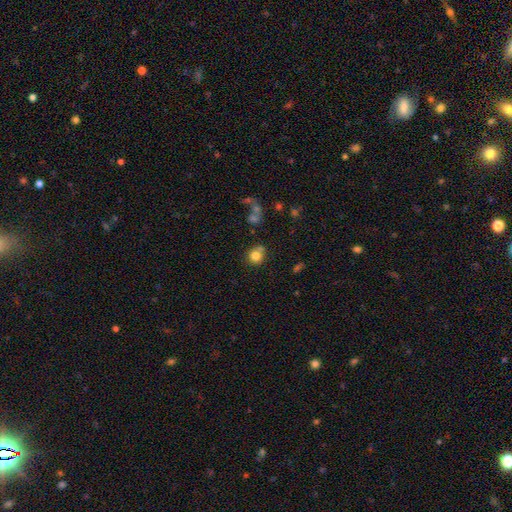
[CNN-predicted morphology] This appears to be a smooth galaxy with no disk features (80%) that is round (88%). Merging: none (69%).